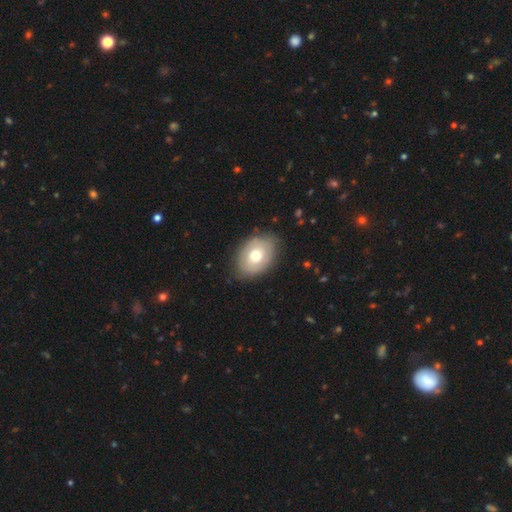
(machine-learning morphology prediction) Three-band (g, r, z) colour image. It shows a smooth galaxy with no disk features (62%) that is in between round and cigar-shaped (78%). Merging: none (79%).